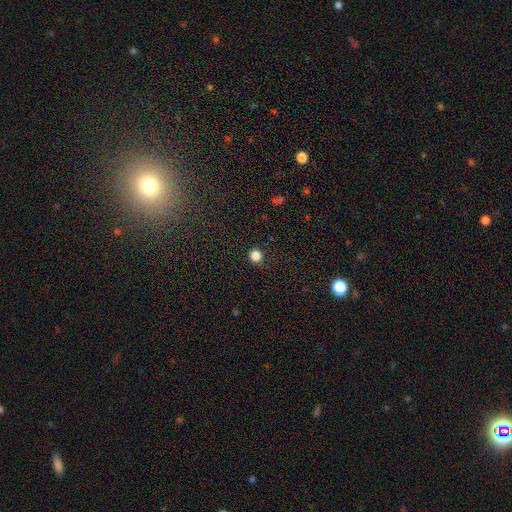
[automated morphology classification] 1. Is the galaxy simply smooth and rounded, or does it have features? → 84% smooth, 13% star or artifact, 3% featured or disk.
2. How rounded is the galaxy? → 93% round, 6% in between, 1% cigar-shaped.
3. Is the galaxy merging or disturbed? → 91% none, 6% minor disturbance, 2% major disturbance, 1% merger.